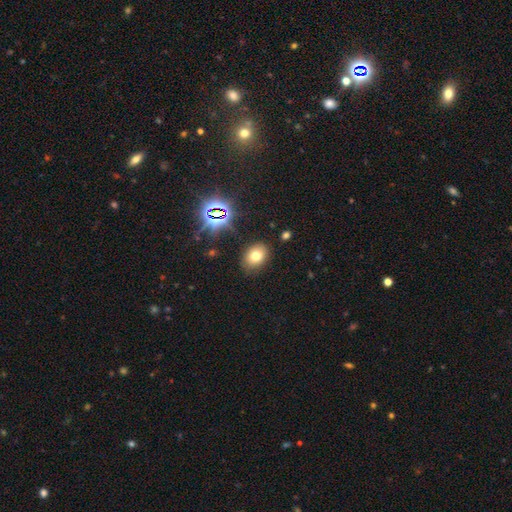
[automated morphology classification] Smooth or featured?
  - smooth: 69% *
  - star or artifact: 19%
  - featured or disk: 11%
How rounded?
  - in between: 70% *
  - round: 29%
  - cigar-shaped: 1%
Merging?
  - none: 85% *
  - minor disturbance: 10%
  - major disturbance: 3%
  - merger: 2%